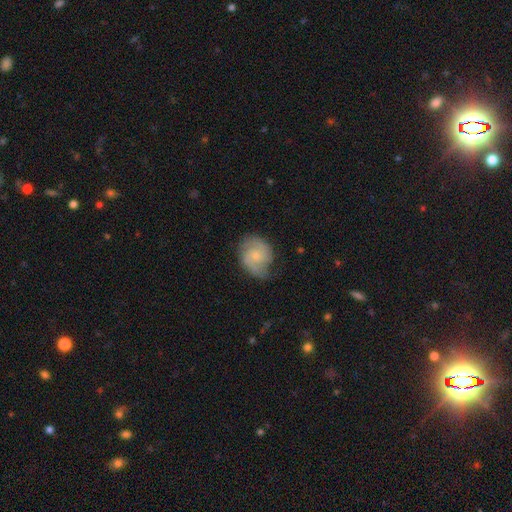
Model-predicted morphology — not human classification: A featured or disk galaxy (77%) with no bar (62%), 2 (84%) medium (49%) spiral arms (96%) and a small central bulge (64%). Merging: none (72%).